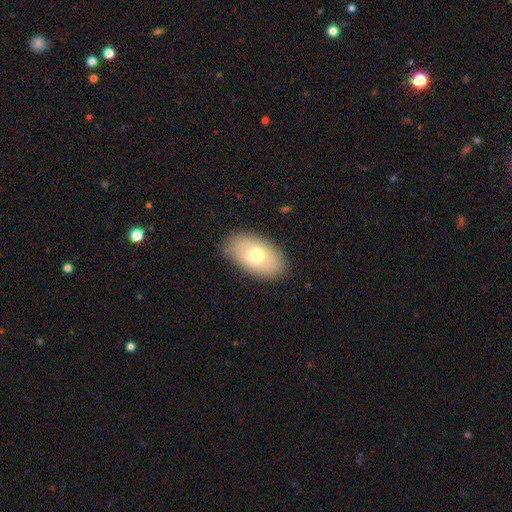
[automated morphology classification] type=smooth (67%); roundness=in between (93%); merging=none (86%).